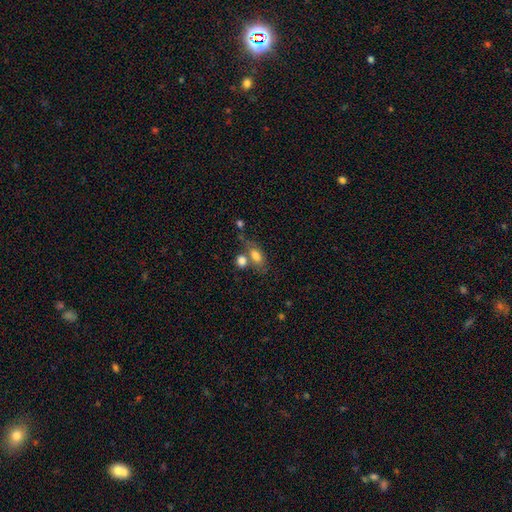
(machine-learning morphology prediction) Overall: smooth (76%). How rounded: in between (81%). Merging: none (42%; merger 34%).